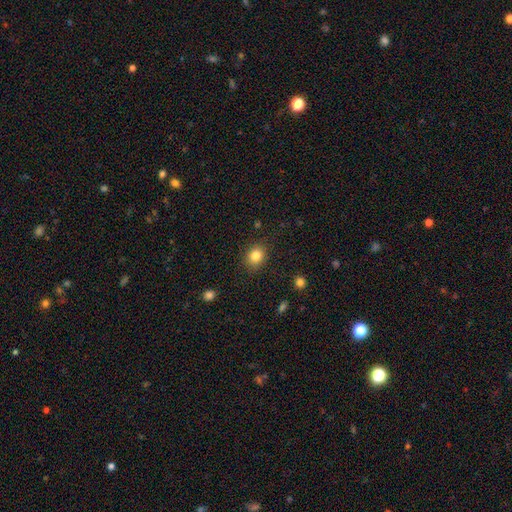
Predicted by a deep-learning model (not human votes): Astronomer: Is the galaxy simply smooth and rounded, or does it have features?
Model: smooth — 83%.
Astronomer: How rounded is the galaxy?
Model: round — 61% (runner-up: in between, 38%).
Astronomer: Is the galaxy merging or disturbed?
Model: none — 87%.